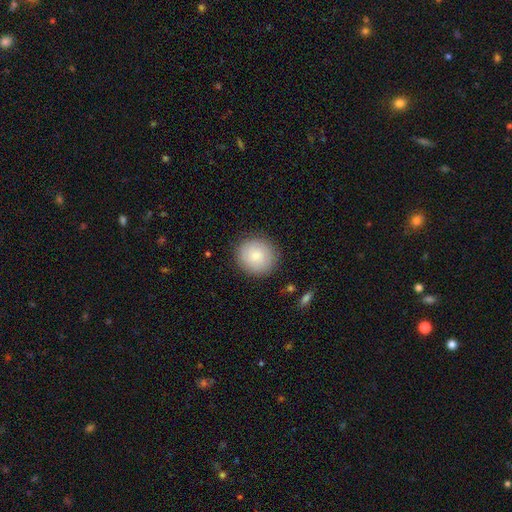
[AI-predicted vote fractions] Smooth or featured? smooth (80%)
How rounded? round (90%)
Merging? none (87%)